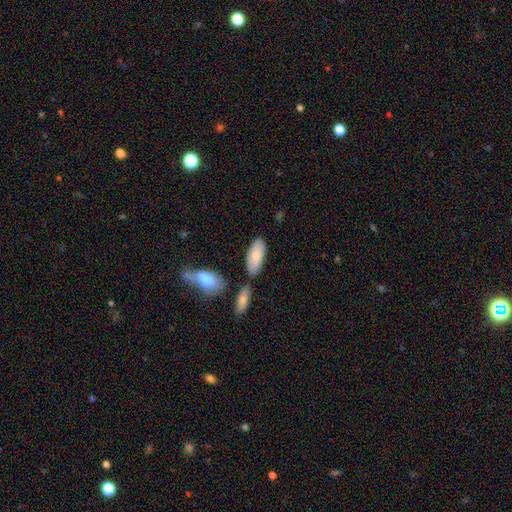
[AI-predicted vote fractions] The model was most divided on "merging": none: 66%, minor disturbance: 16%, merger: 14%, major disturbance: 4%. More confident: how rounded — in between (85%); smooth or featured — smooth (80%).